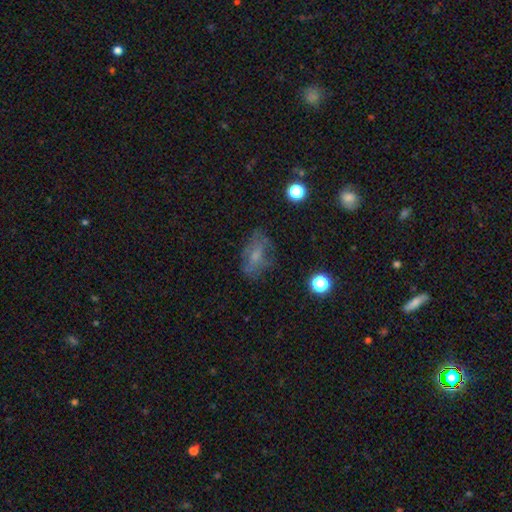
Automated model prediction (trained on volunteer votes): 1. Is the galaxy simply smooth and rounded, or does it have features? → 48% smooth, 37% featured or disk, 15% star or artifact.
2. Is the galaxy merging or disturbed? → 61% none, 22% minor disturbance, 14% major disturbance, 2% merger.